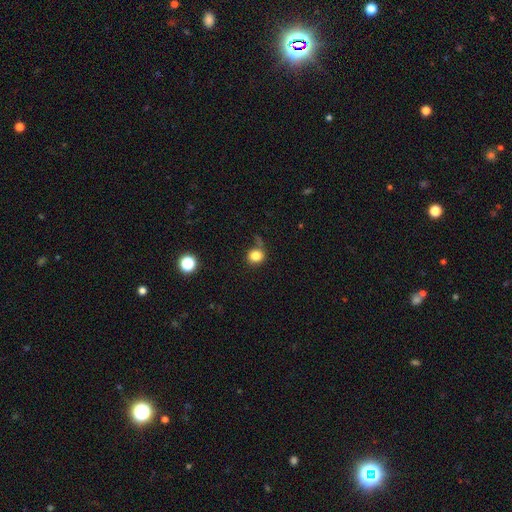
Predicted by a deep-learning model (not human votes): Smooth or featured? smooth (82%)
How rounded? round (84%)
Merging? none (65%)